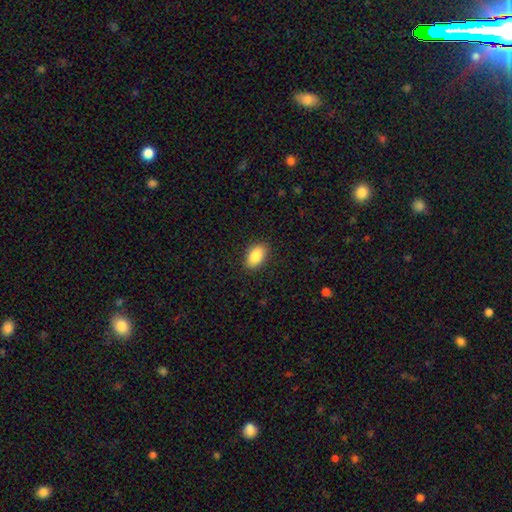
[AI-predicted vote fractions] Smooth or featured? Predicted: smooth (p=0.87). How rounded? Predicted: in between (p=0.92). Merging? Predicted: none (p=0.89).